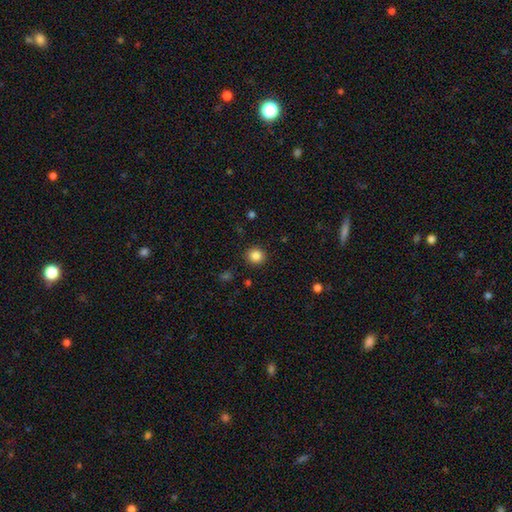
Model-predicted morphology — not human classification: Smooth or featured?
  - smooth: 85% *
  - star or artifact: 10%
  - featured or disk: 4%
How rounded?
  - round: 90% *
  - in between: 9%
  - cigar-shaped: 1%
Merging?
  - none: 91% *
  - minor disturbance: 6%
  - major disturbance: 2%
  - merger: 1%